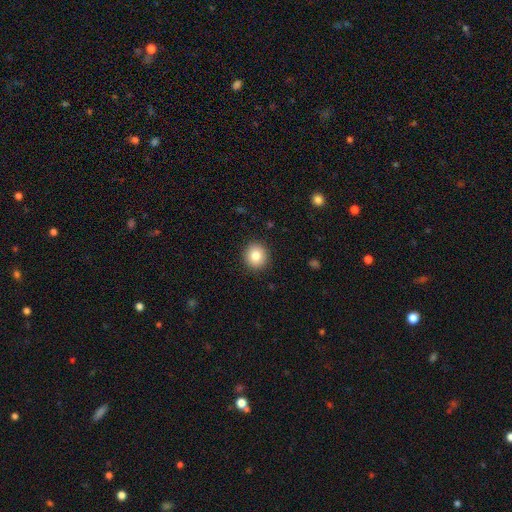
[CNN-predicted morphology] smooth_or_featured: smooth (p=0.83) [alt: star or artifact p=0.09]
how_rounded: round (p=0.88) [alt: in between p=0.11]
merging: none (p=0.91) [alt: minor disturbance p=0.06]